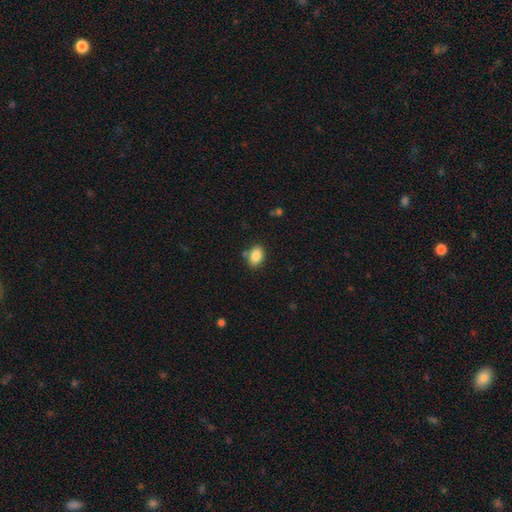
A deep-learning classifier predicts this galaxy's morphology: Q: Smooth or featured?
A: smooth (86%); runner-up: star or artifact (8%)
Q: How rounded?
A: in between (81%); runner-up: round (18%)
Q: Merging?
A: none (79%); runner-up: minor disturbance (12%)